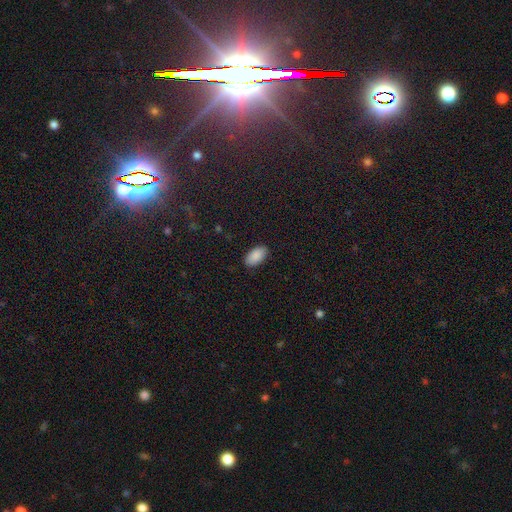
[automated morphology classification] smooth-or-featured: smooth: 89% | star or artifact: 7% | featured or disk: 4%
  how-rounded: in between: 95% | round: 3% | cigar-shaped: 2%
  merging: none: 88% | minor disturbance: 9% | major disturbance: 2% | merger: 1%